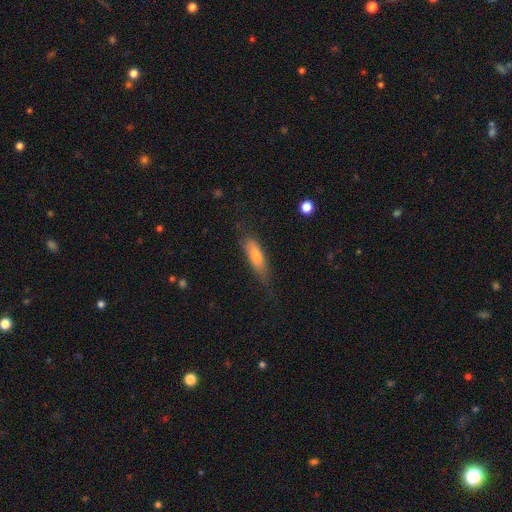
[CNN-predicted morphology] Smooth or featured? smooth (68%)
How rounded? in between (49%)
Merging? none (65%)